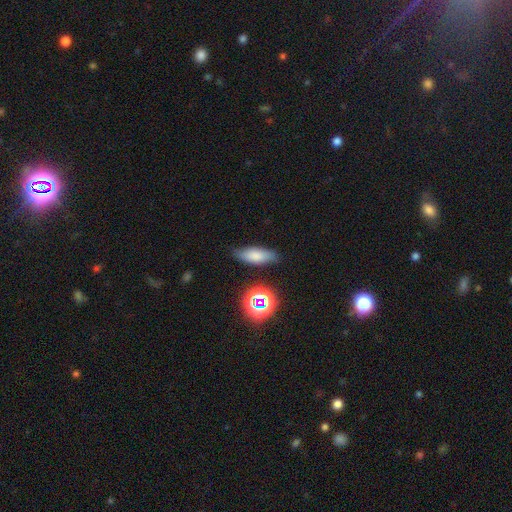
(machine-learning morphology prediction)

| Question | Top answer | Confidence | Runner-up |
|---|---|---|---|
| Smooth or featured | smooth | 75% | featured or disk (13%) |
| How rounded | in between | 64% | cigar-shaped (31%) |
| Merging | none | 80% | minor disturbance (13%) |